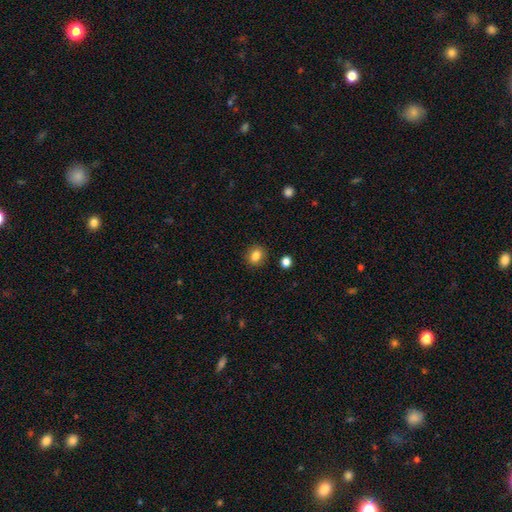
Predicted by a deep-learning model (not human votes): A smooth galaxy with no disk features (83%) that is round (68%).

Vote fractions:
- Smooth or featured? smooth: 83% / star or artifact: 10% / featured or disk: 7%
- How rounded? round: 68% / in between: 31% / cigar-shaped: 1%
- Merging? none: 89% / minor disturbance: 7% / major disturbance: 2% / merger: 2%